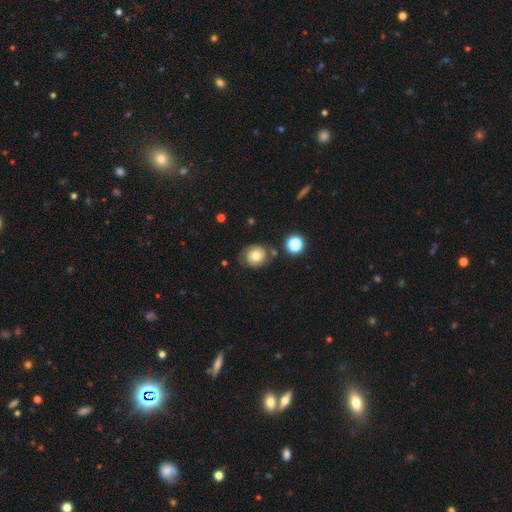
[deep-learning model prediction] Smooth or featured? Predicted: smooth (p=0.56). How rounded? Predicted: round (p=0.80). Merging? Predicted: none (p=0.69).